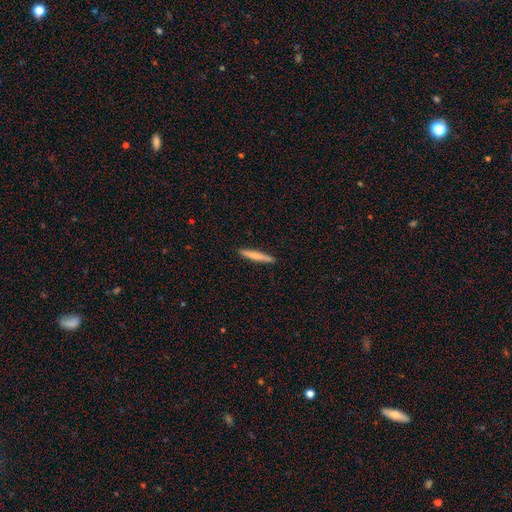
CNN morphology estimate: Smooth or featured?
  - smooth: 72% *
  - featured or disk: 23%
  - star or artifact: 5%
How rounded?
  - cigar-shaped: 95% *
  - in between: 4%
  - round: 1%
Merging?
  - none: 91% *
  - minor disturbance: 7%
  - major disturbance: 1%
  - merger: 1%